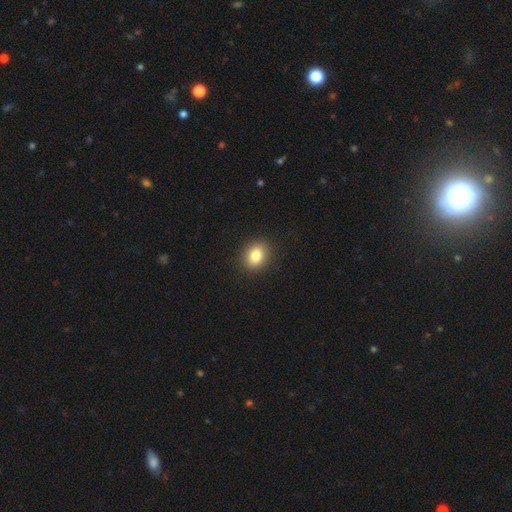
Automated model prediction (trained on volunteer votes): Q: Smooth or featured?
A: smooth (82%); runner-up: star or artifact (10%)
Q: How rounded?
A: round (56%); runner-up: in between (43%)
Q: Merging?
A: none (90%); runner-up: minor disturbance (7%)